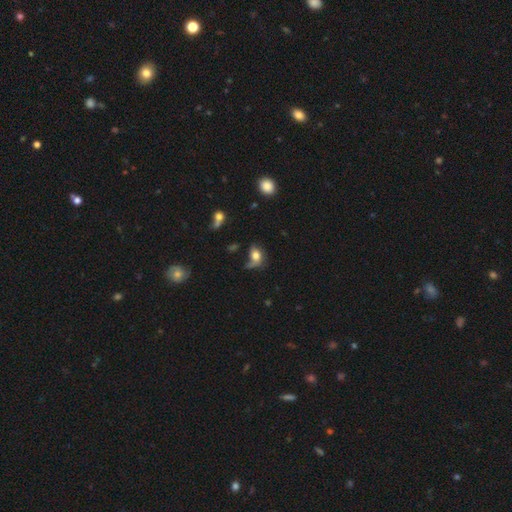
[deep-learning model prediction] Smooth or featured? smooth (65%)
How rounded? in between (66%)
Merging? none (36%)